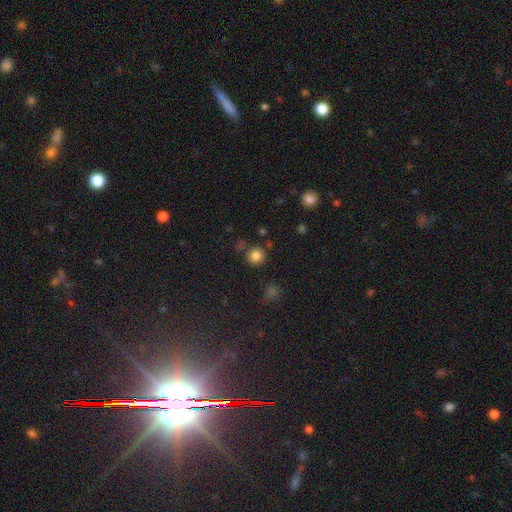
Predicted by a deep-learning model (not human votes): Q: Smooth or featured?
A: smooth (82%); runner-up: star or artifact (13%)
Q: How rounded?
A: round (91%); runner-up: in between (8%)
Q: Merging?
A: none (79%); runner-up: minor disturbance (10%)